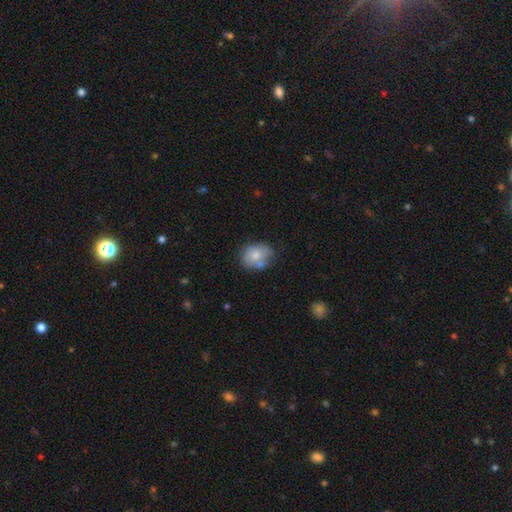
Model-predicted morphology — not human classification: Smooth or featured: smooth — 71% (featured or disk — 21%)
How rounded: in between — 57% (round — 43%)
Merging: none — 56% (minor disturbance — 23%)